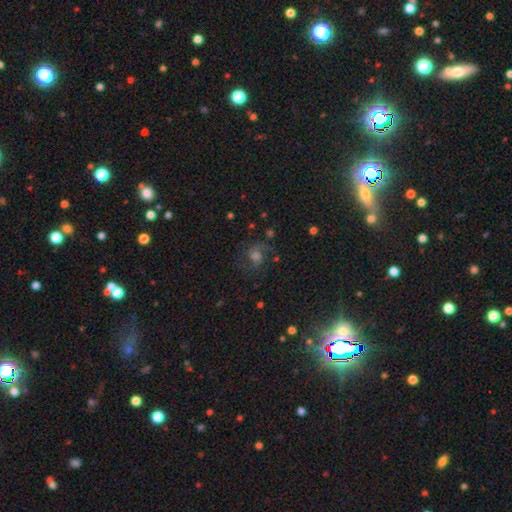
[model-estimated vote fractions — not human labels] Morphology: type=featured or disk (59%); edge-on=no (97%); bar=no (56%); spiral arms=yes (92%); winding=medium (53%); arm count=2 (81%); bulge=moderate (49%); merging=none (72%).